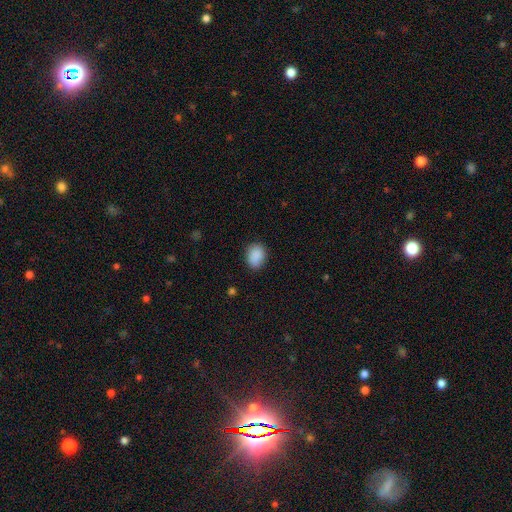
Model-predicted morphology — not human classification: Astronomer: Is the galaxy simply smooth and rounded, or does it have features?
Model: smooth — 88%.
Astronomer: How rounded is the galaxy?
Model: in between — 61% (runner-up: round, 38%).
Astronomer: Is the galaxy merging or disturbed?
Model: none — 82%.